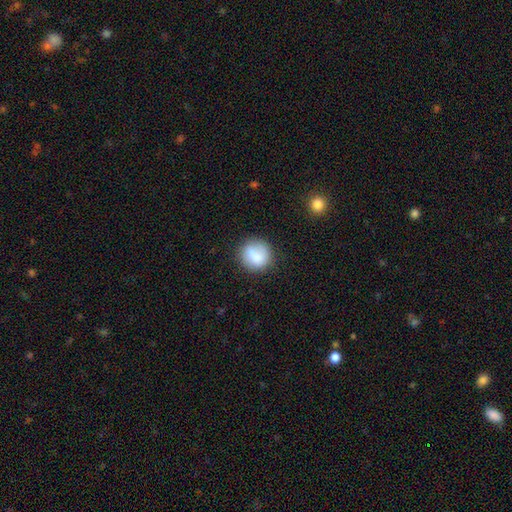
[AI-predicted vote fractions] Smooth or featured? Predicted: smooth (p=0.83). How rounded? Predicted: round (p=0.80). Merging? Predicted: none (p=0.76).